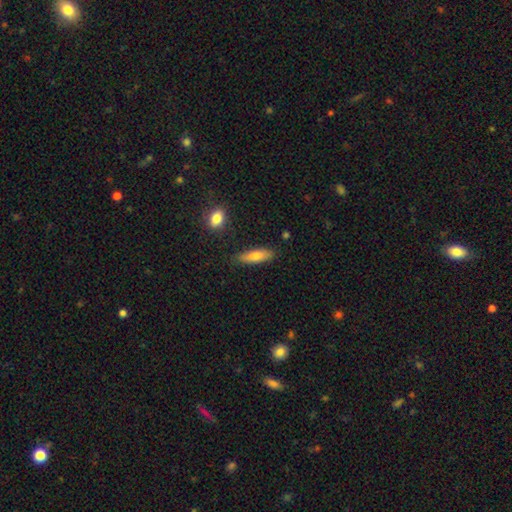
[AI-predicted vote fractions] smooth-or-featured: smooth: 75% | featured or disk: 19% | star or artifact: 6%
  how-rounded: cigar-shaped: 55% | in between: 43% | round: 2%
  merging: none: 83% | minor disturbance: 12% | major disturbance: 2% | merger: 2%